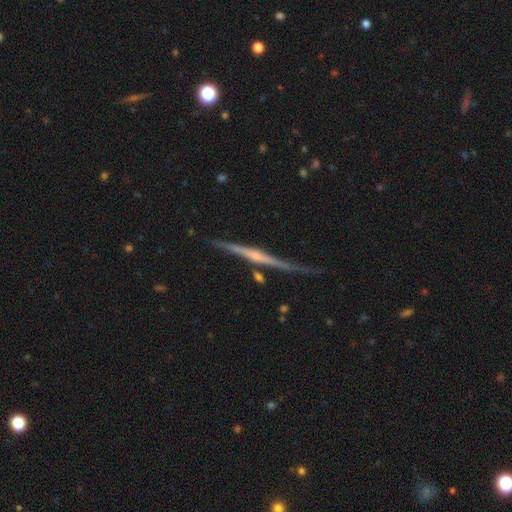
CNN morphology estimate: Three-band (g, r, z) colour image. It shows a featured or disk galaxy (80%) viewed edge-on (98%) with a rounded central bulge (62%). Merging: none (77%).